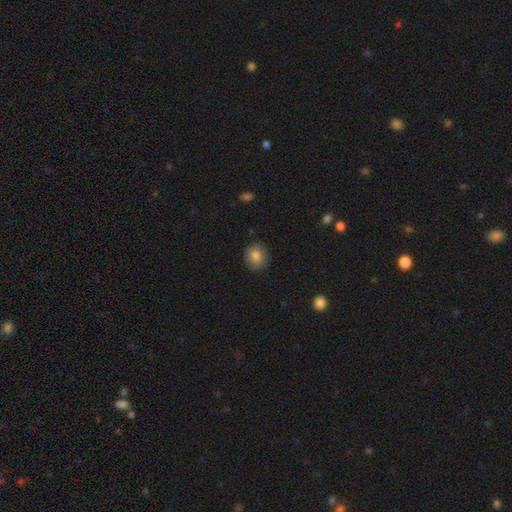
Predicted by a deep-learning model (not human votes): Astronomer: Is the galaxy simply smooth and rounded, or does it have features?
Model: smooth — 82%.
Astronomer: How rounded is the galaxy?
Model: round — 76%.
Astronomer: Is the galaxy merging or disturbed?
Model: none — 86%.